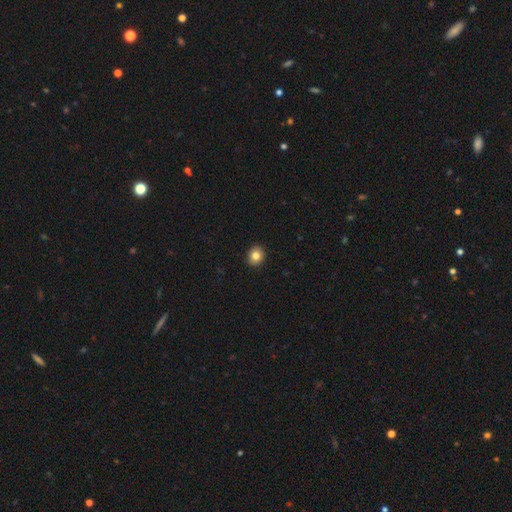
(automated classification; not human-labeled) This is clearly a smooth galaxy (82%). How rounded: likely round (75%). Merging: clearly none (91%).